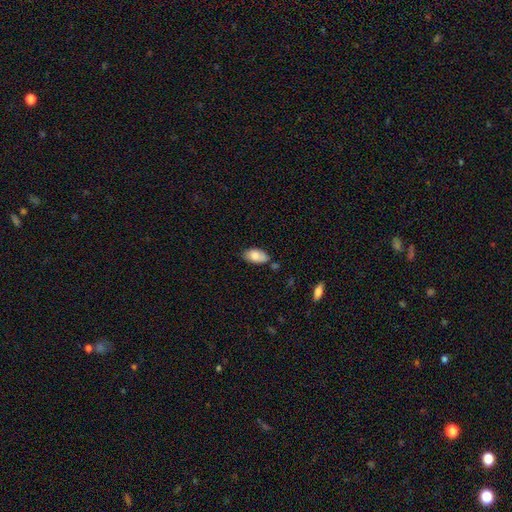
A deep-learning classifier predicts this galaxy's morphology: This is clearly a smooth galaxy (81%). How rounded: clearly in between (94%). Merging: likely none (68%).